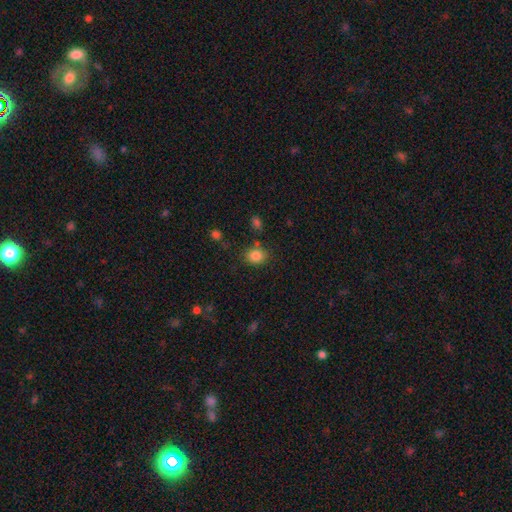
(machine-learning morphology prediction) Smooth or featured: smooth — 84% (star or artifact — 11%)
How rounded: round — 52% (in between — 47%)
Merging: none — 76% (minor disturbance — 13%)